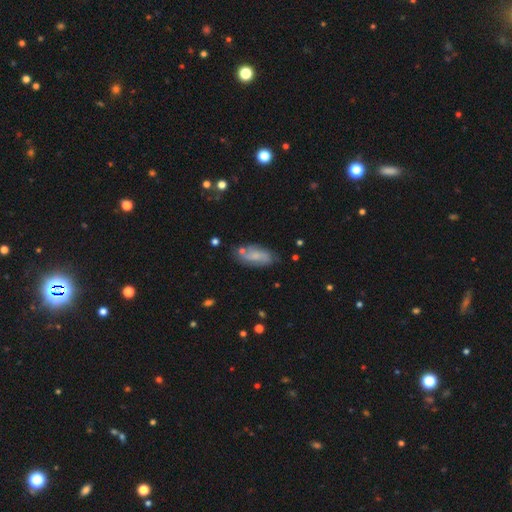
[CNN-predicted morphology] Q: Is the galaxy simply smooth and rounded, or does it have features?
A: smooth — 54%.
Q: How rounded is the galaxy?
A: in between — 83%.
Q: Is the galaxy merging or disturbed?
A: none — 67%.